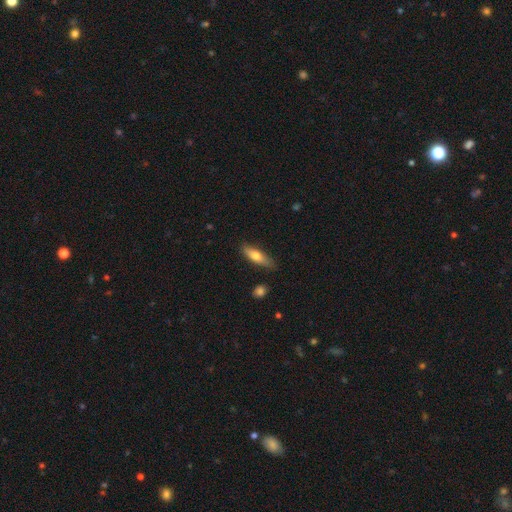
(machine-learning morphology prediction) Smooth or featured?
  - smooth: 66% *
  - featured or disk: 28%
  - star or artifact: 6%
How rounded?
  - cigar-shaped: 58% *
  - in between: 40%
  - round: 2%
Merging?
  - none: 78% *
  - minor disturbance: 17%
  - major disturbance: 3%
  - merger: 2%